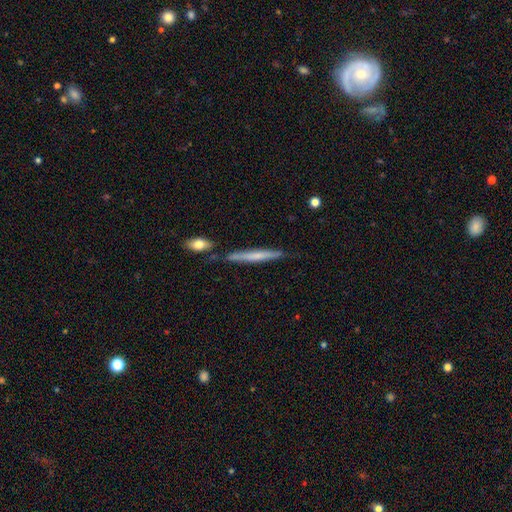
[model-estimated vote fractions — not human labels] Smooth or featured?
  - smooth: 51% *
  - featured or disk: 43%
  - star or artifact: 6%
How rounded?
  - cigar-shaped: 96% *
  - in between: 3%
  - round: 1%
Merging?
  - none: 80% *
  - minor disturbance: 12%
  - merger: 5%
  - major disturbance: 2%